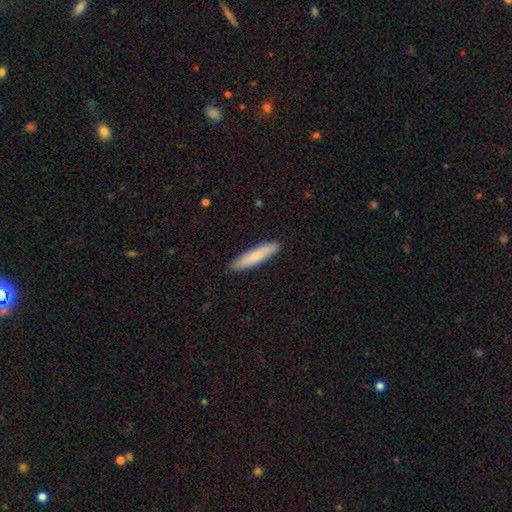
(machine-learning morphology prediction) This is likely a smooth galaxy (77%). How rounded: clearly cigar-shaped (83%). Merging: clearly none (90%).